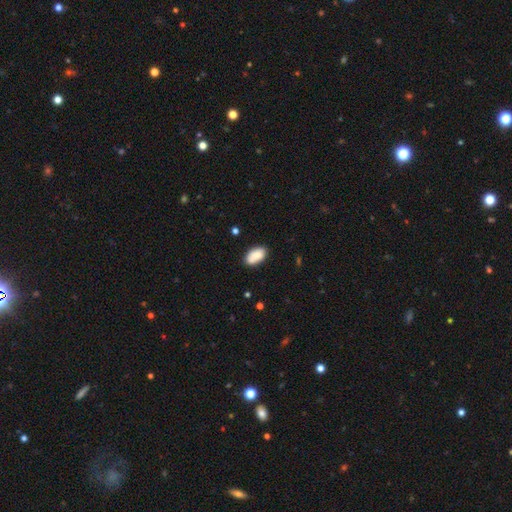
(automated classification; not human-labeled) The model was most divided on "merging": none: 72%, minor disturbance: 18%, merger: 6%, major disturbance: 4%. More confident: how rounded — in between (93%); smooth or featured — smooth (82%).